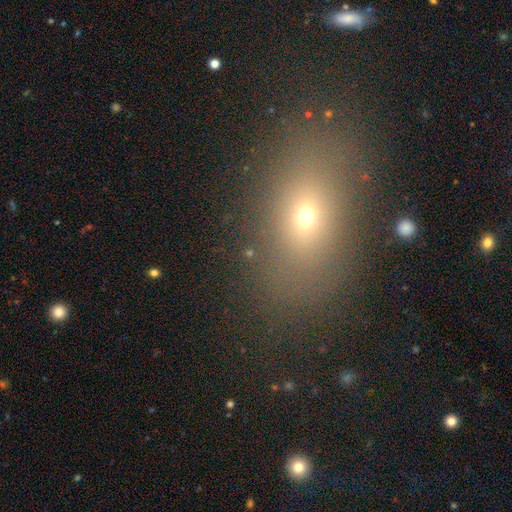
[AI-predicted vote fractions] Smooth or featured? Predicted: smooth (p=0.60). How rounded? Predicted: in between (p=0.72). Merging? Predicted: none (p=0.80).